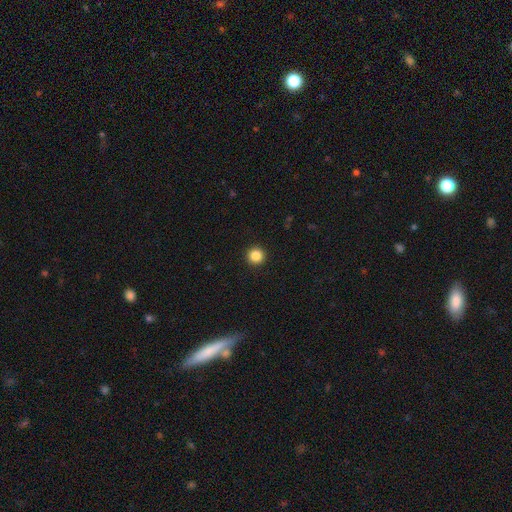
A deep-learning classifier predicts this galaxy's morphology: Q: Smooth or featured?
A: smooth (86%); runner-up: star or artifact (11%)
Q: How rounded?
A: round (96%); runner-up: in between (3%)
Q: Merging?
A: none (94%); runner-up: minor disturbance (4%)